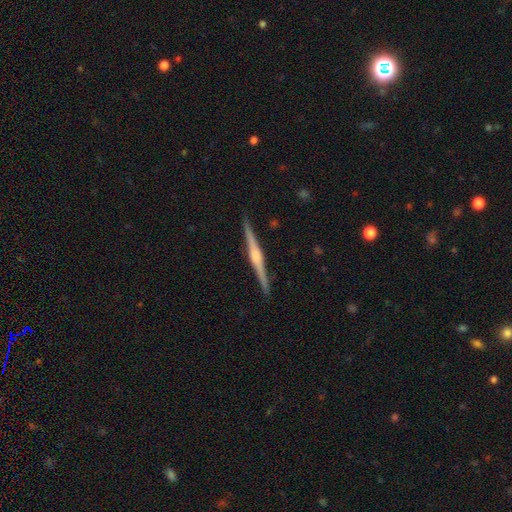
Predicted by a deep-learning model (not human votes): Q: Smooth or featured?
A: featured or disk (83%); runner-up: smooth (12%)
Q: Edge-on disk?
A: yes (99%); runner-up: no (1%)
Q: Edge-on bulge?
A: rounded (78%); runner-up: boxy (15%)
Q: Merging?
A: none (92%); runner-up: minor disturbance (6%)